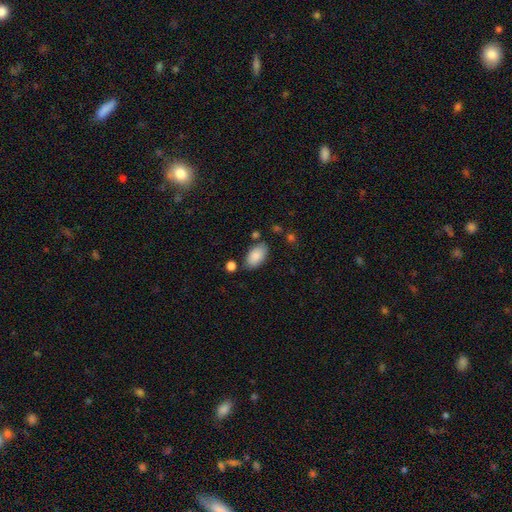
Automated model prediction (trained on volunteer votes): Smooth or featured?
  - smooth: 88% *
  - star or artifact: 7%
  - featured or disk: 6%
How rounded?
  - in between: 95% *
  - round: 3%
  - cigar-shaped: 2%
Merging?
  - none: 76% *
  - minor disturbance: 14%
  - merger: 6%
  - major disturbance: 4%